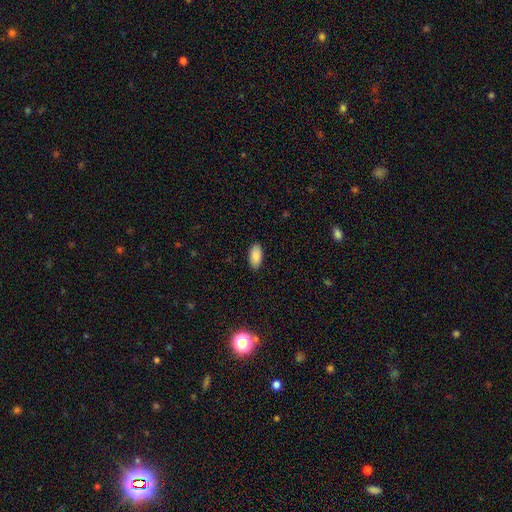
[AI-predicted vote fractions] smooth-or-featured: smooth: 89% | star or artifact: 7% | featured or disk: 5%
  how-rounded: in between: 93% | cigar-shaped: 5% | round: 2%
  merging: none: 89% | minor disturbance: 8% | major disturbance: 2% | merger: 1%